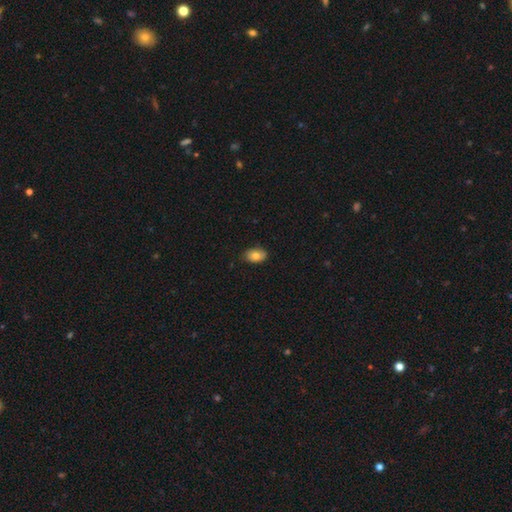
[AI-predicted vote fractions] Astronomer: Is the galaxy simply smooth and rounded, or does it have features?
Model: smooth — 81%.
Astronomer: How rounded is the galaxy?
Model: in between — 88%.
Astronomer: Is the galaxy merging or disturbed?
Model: none — 83%.